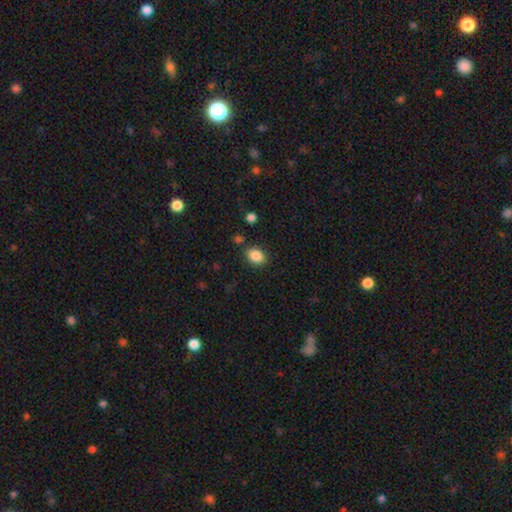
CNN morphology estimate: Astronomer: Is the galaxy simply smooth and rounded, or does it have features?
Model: smooth — 86%.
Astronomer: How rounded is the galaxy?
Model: in between — 65%.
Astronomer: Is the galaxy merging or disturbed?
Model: none — 82%.